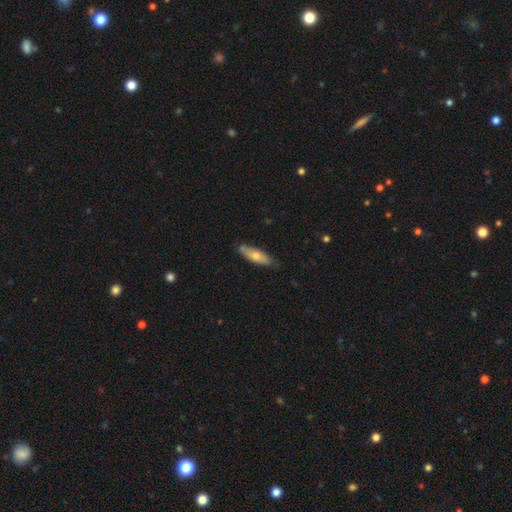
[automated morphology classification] Smooth or featured: smooth — 63% (featured or disk — 31%)
How rounded: in between — 50% (cigar-shaped — 48%)
Merging: none — 77% (minor disturbance — 18%)